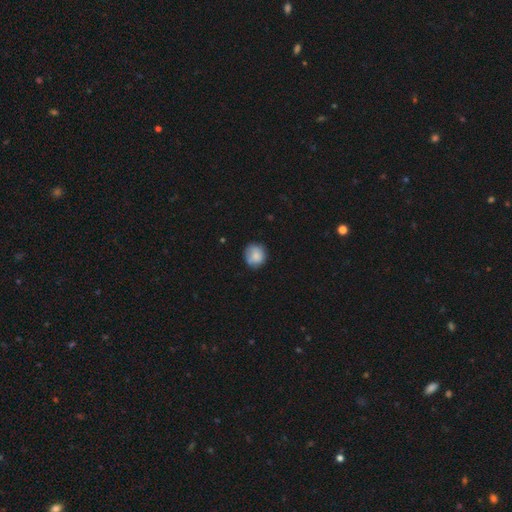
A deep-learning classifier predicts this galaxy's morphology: Smooth or featured? smooth (83%)
How rounded? round (89%)
Merging? none (77%)